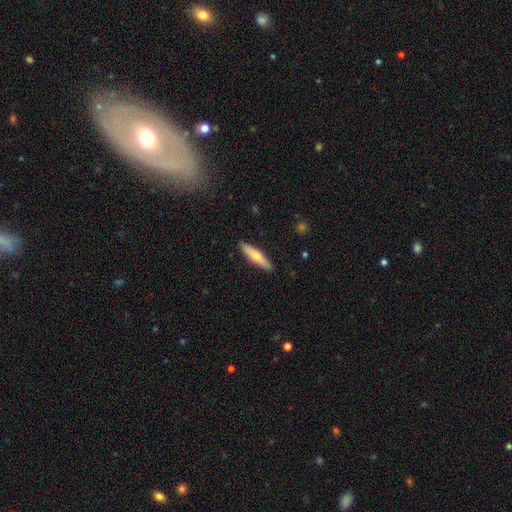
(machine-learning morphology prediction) type=smooth (63%); roundness=cigar-shaped (80%); merging=none (89%).